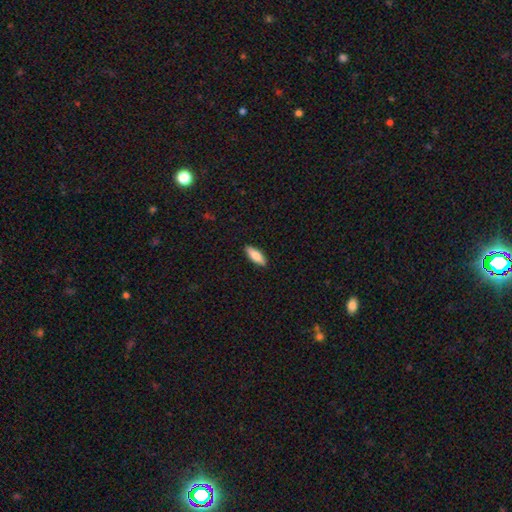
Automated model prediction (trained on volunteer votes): Smooth or featured? smooth (78%)
How rounded? in between (63%)
Merging? none (90%)